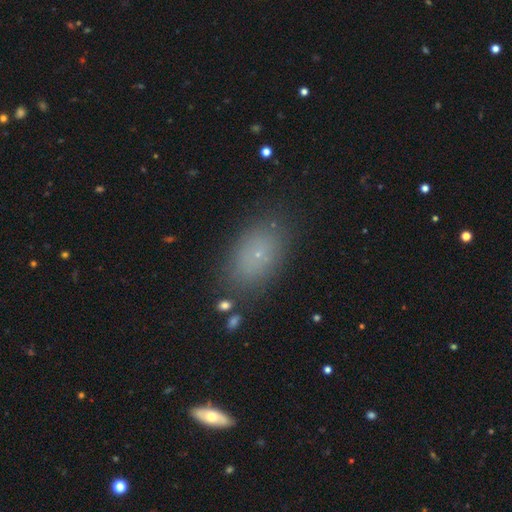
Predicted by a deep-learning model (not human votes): This is likely a smooth galaxy (70%). How rounded: clearly in between (86%). Merging: clearly none (83%).